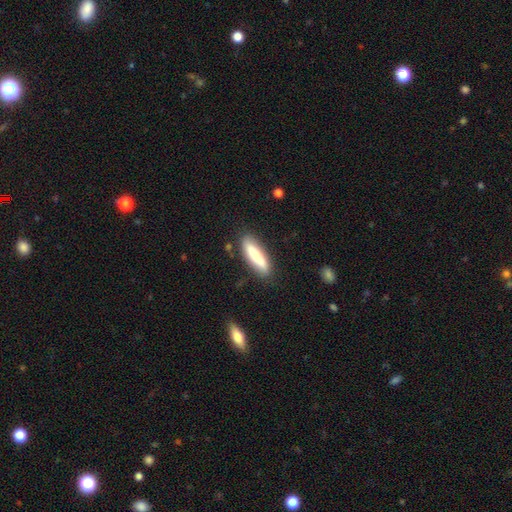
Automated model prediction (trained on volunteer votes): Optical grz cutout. It shows a smooth galaxy with no disk features (77%) that is cigar-shaped (68%). Merging: none (84%).